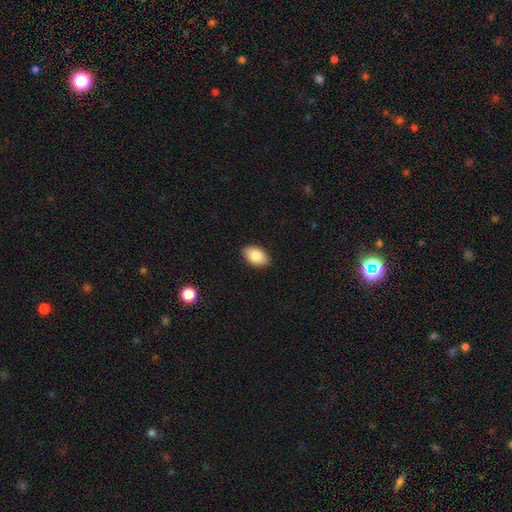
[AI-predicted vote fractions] smooth_or_featured: smooth (p=0.86) [alt: star or artifact p=0.07]
how_rounded: in between (p=0.92) [alt: round p=0.06]
merging: none (p=0.88) [alt: minor disturbance p=0.09]